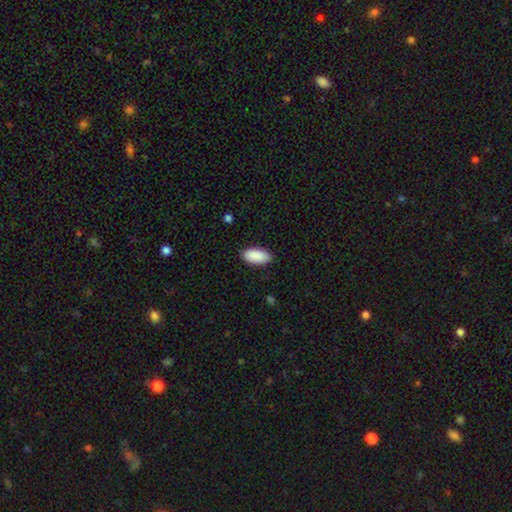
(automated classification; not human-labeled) A smooth galaxy with no disk features (91%) that is in between round and cigar-shaped (94%).

Vote fractions:
- Smooth or featured? smooth: 91% / star or artifact: 6% / featured or disk: 3%
- How rounded? in between: 94% / cigar-shaped: 5% / round: 2%
- Merging? none: 87% / minor disturbance: 10% / major disturbance: 2% / merger: 1%